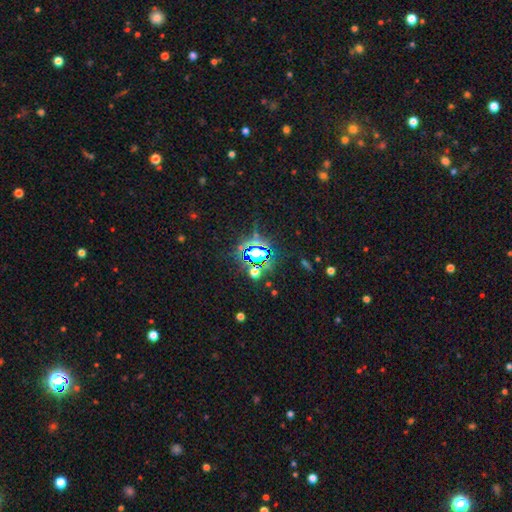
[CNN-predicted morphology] Smooth or featured?
  - star or artifact: 76% *
  - smooth: 15%
  - featured or disk: 9%